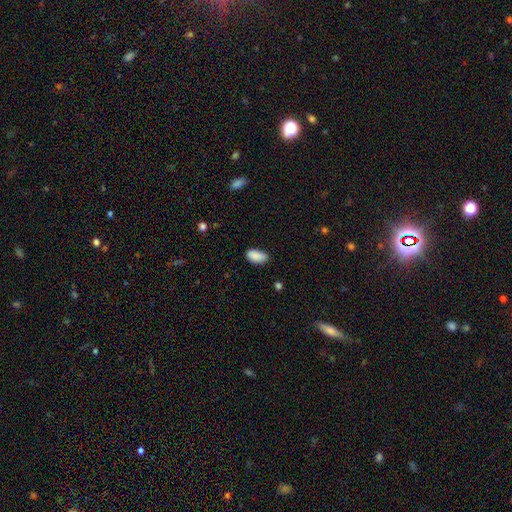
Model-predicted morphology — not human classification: smooth_or_featured: smooth (p=0.89) [alt: star or artifact p=0.07]
how_rounded: in between (p=0.93) [alt: cigar-shaped p=0.04]
merging: none (p=0.76) [alt: minor disturbance p=0.20]